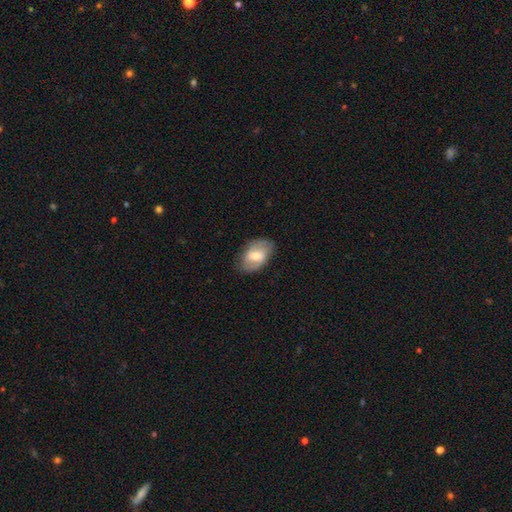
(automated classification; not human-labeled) featured or disk 56%, smooth 37%, star or artifact 6%. Down the decision tree: edge-on disk — no (95%); bar — weak (51%); spiral arms — yes (71%); bulge size — moderate (60%); merging — none (79%).